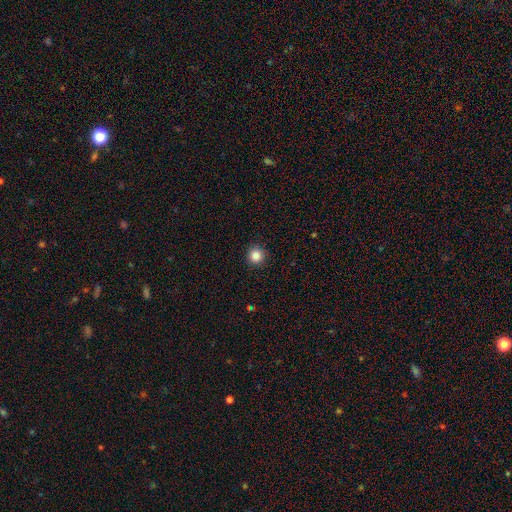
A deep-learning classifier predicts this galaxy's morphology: This is clearly a smooth galaxy (86%). How rounded: clearly round (95%). Merging: clearly none (91%).